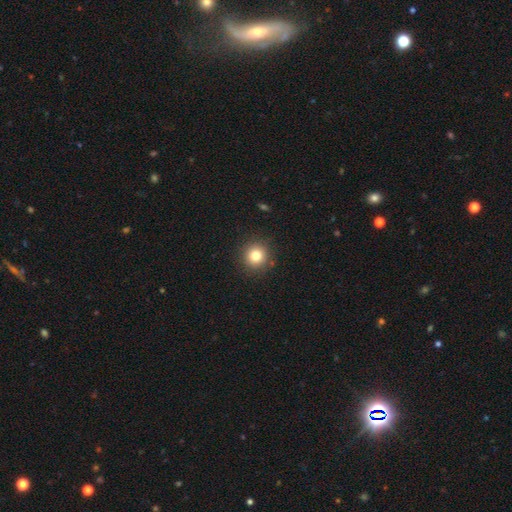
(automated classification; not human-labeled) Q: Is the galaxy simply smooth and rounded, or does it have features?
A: smooth — 80%.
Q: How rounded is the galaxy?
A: round — 92%.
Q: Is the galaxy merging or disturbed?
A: none — 89%.